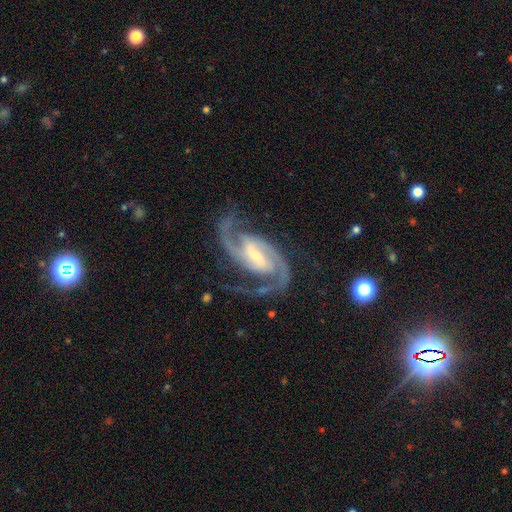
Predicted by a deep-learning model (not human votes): This is clearly a featured or disk galaxy (94%). It is clearly not viewed edge-on (98%). Bar: possibly strong (49%). Spiral arm pattern: clearly yes (99%). Spiral arm count: clearly 2 (92%). Spiral winding: likely medium (62%). Central bulge: possibly small (55%). Merging: likely none (75%).